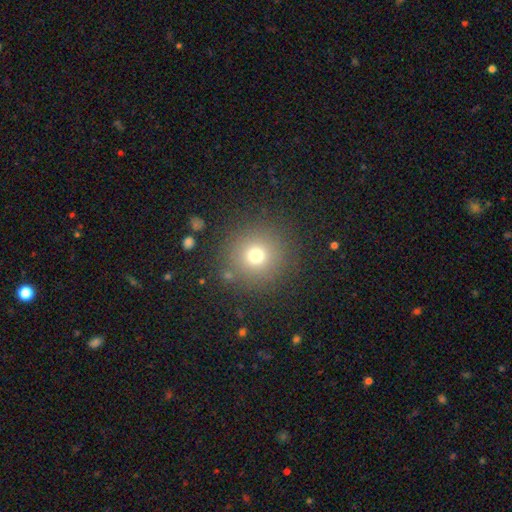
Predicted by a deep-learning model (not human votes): Overall: smooth (72%). How rounded: round (94%). Merging: none (86%).